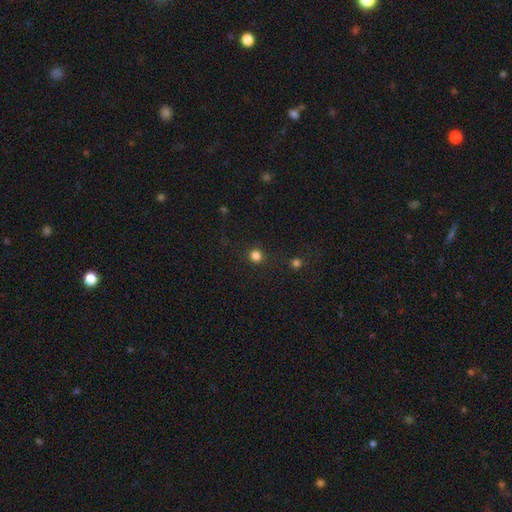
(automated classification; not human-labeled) This appears to be a smooth galaxy with no disk features (82%) that is round (93%). Merging: none (90%).